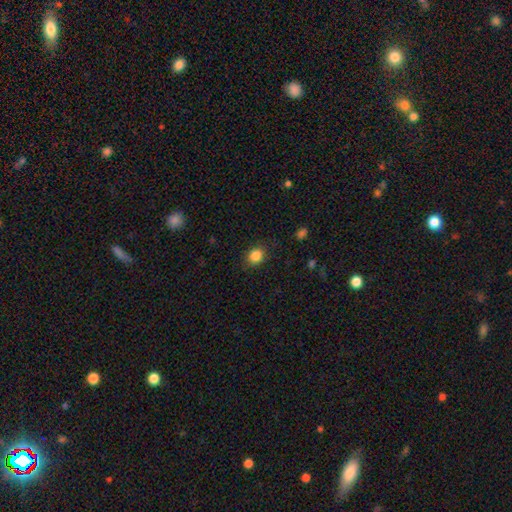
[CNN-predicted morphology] smooth_or_featured: smooth (p=0.86) [alt: star or artifact p=0.10]
how_rounded: round (p=0.62) [alt: in between p=0.37]
merging: none (p=0.83) [alt: minor disturbance p=0.12]